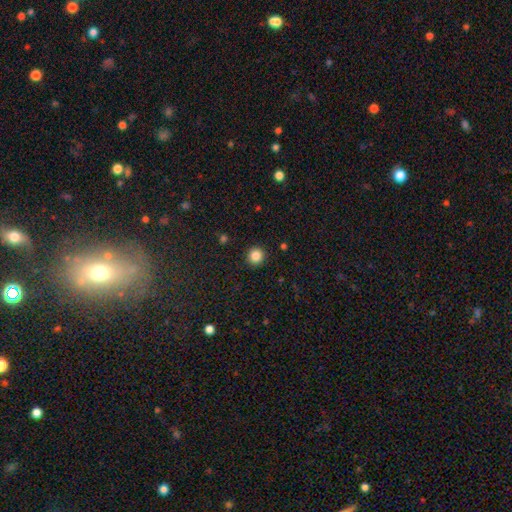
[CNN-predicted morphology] type=smooth (85%); roundness=round (94%); merging=none (92%).